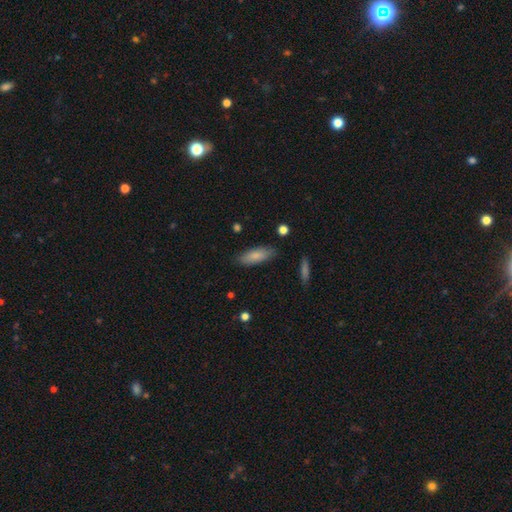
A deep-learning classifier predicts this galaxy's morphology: Q: Smooth or featured?
A: smooth (83%); runner-up: featured or disk (11%)
Q: How rounded?
A: in between (66%); runner-up: cigar-shaped (32%)
Q: Merging?
A: none (83%); runner-up: minor disturbance (12%)